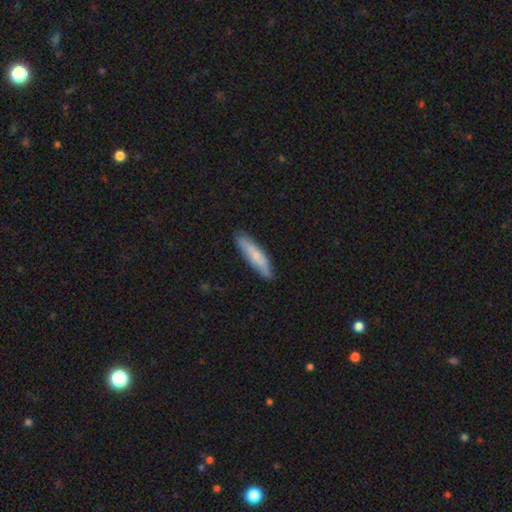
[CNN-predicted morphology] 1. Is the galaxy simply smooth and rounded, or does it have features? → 68% smooth, 27% featured or disk, 6% star or artifact.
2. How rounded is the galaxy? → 79% cigar-shaped, 19% in between, 1% round.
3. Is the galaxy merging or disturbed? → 81% none, 15% minor disturbance, 2% major disturbance, 1% merger.